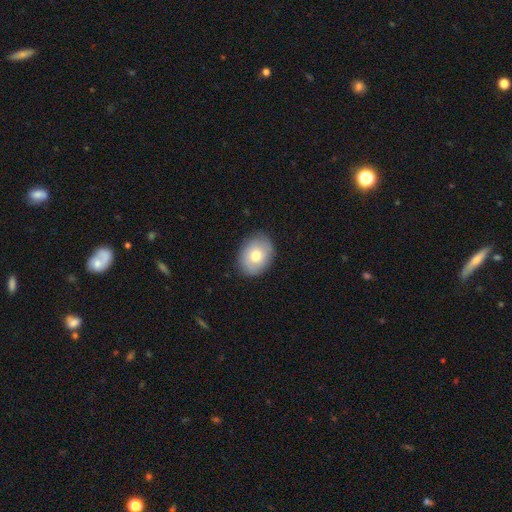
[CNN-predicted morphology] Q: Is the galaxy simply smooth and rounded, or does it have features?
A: smooth — 73%.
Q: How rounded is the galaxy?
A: in between — 56%.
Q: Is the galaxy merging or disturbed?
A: none — 85%.